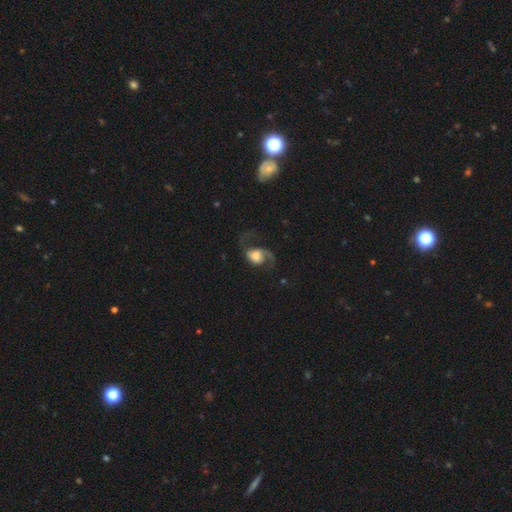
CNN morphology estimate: A featured or disk galaxy (66%) with no bar (65%), 2 (75%) loose (67%) spiral arms (90%) and a large central bulge (40%). Merging: none (46%).